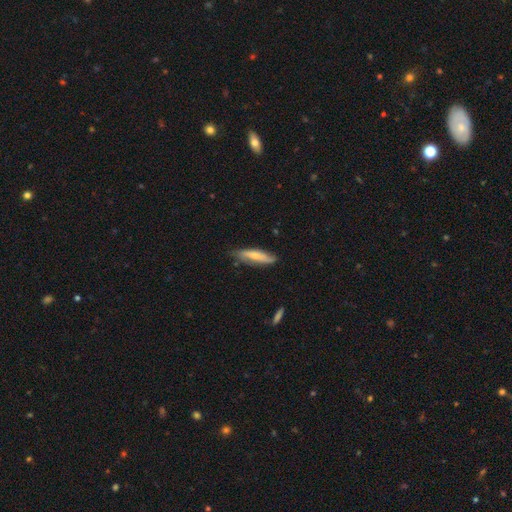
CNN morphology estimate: A smooth galaxy with no disk features (55%) that is cigar-shaped (68%).

Vote fractions:
- Smooth or featured? smooth: 55% / featured or disk: 39% / star or artifact: 6%
- How rounded? cigar-shaped: 68% / in between: 31% / round: 2%
- Merging? none: 69% / minor disturbance: 24% / major disturbance: 4% / merger: 2%